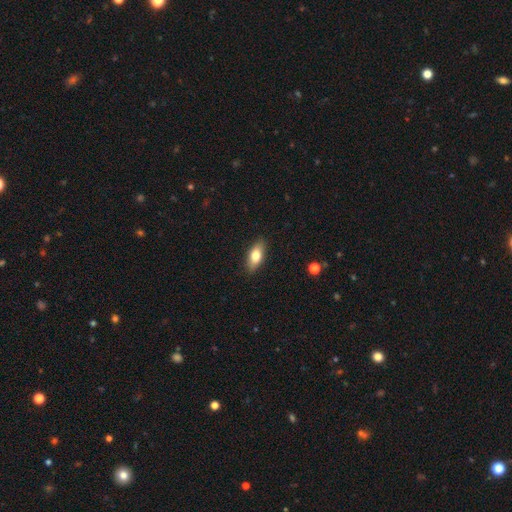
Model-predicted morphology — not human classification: This is likely a smooth galaxy (73%). How rounded: clearly in between (81%). Merging: clearly none (88%).